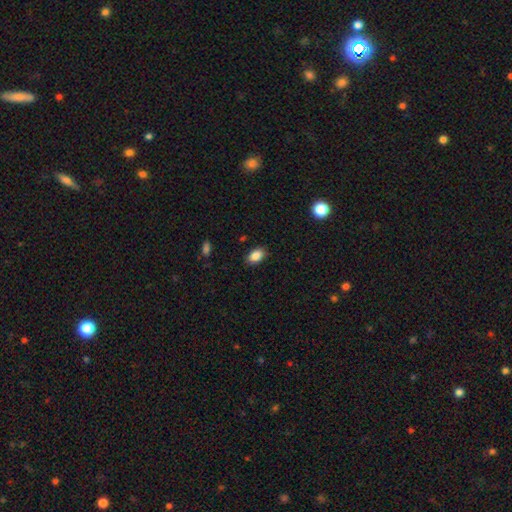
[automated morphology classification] Overall: smooth (87%). How rounded: in between (87%). Merging: none (86%).